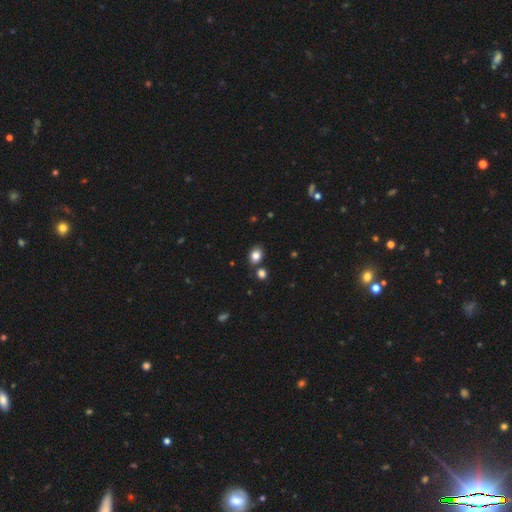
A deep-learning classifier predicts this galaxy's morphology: Overall: smooth (83%). How rounded: in between (54%; round 45%). Merging: none (76%).